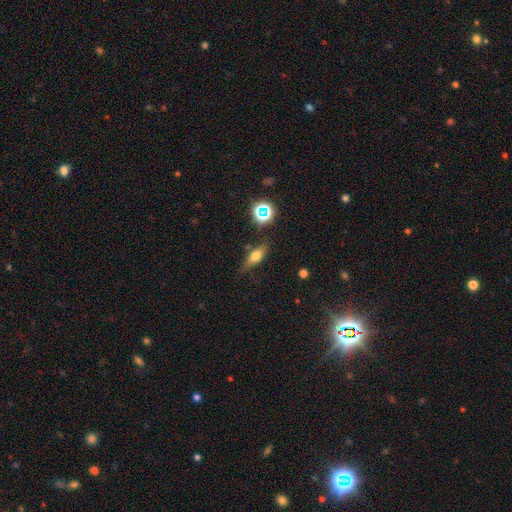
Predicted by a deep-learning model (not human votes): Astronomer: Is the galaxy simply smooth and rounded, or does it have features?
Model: smooth — 55% (runner-up: featured or disk, 32%).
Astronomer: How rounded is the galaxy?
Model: in between — 57% (runner-up: cigar-shaped, 34%).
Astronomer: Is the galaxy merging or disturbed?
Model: none — 75%.